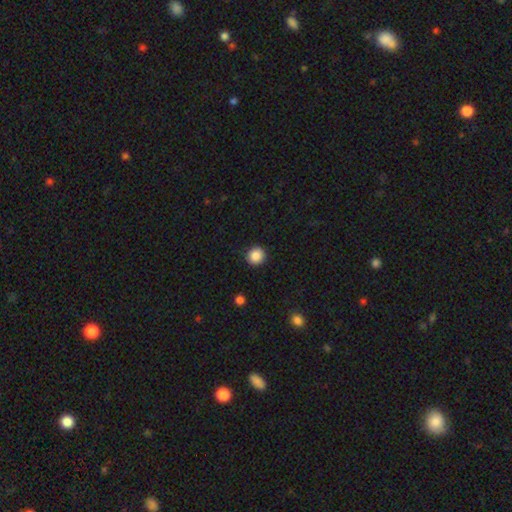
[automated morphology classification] Smooth or featured? Predicted: smooth (p=0.87). How rounded? Predicted: round (p=0.92). Merging? Predicted: none (p=0.92).